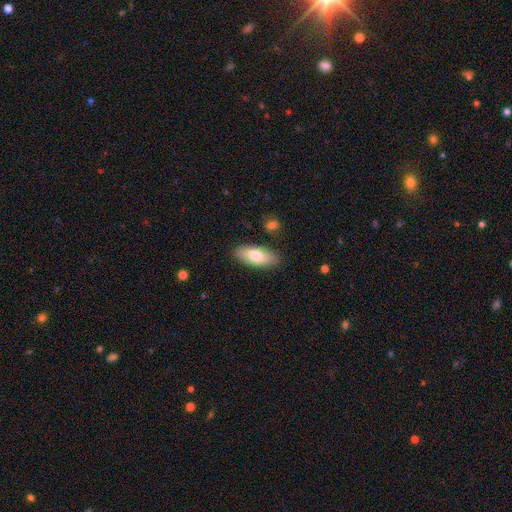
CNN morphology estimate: smooth_or_featured: smooth (p=0.77) [alt: featured or disk p=0.17]
how_rounded: in between (p=0.83) [alt: cigar-shaped p=0.15]
merging: none (p=0.86) [alt: minor disturbance p=0.10]